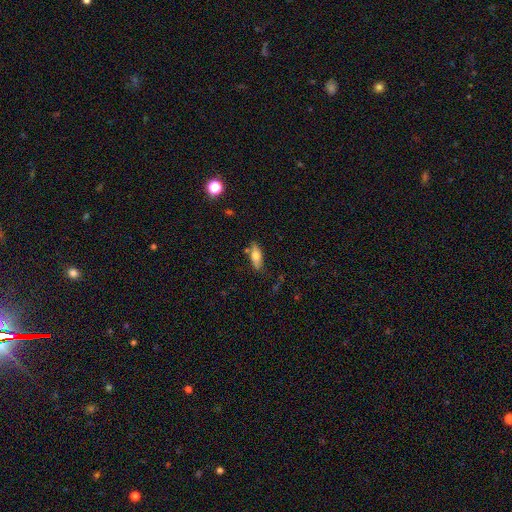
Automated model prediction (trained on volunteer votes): Smooth or featured?
  - smooth: 69% *
  - featured or disk: 24%
  - star or artifact: 7%
How rounded?
  - in between: 76% *
  - cigar-shaped: 21%
  - round: 3%
Merging?
  - none: 76% *
  - minor disturbance: 16%
  - merger: 4%
  - major disturbance: 3%